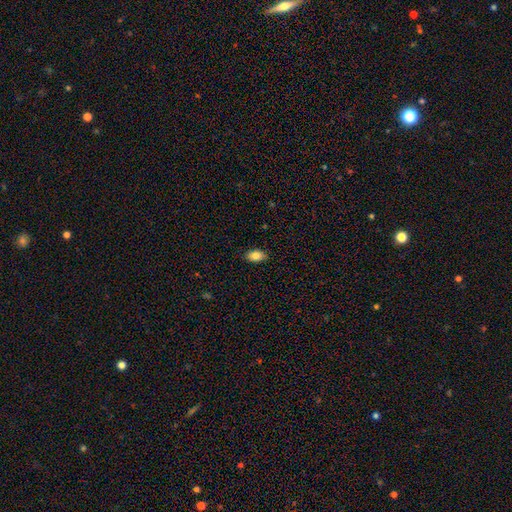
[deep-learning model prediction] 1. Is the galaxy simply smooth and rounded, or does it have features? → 83% smooth, 9% featured or disk, 8% star or artifact.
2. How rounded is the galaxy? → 91% in between, 7% round, 2% cigar-shaped.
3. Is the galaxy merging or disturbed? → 88% none, 9% minor disturbance, 2% major disturbance, 1% merger.